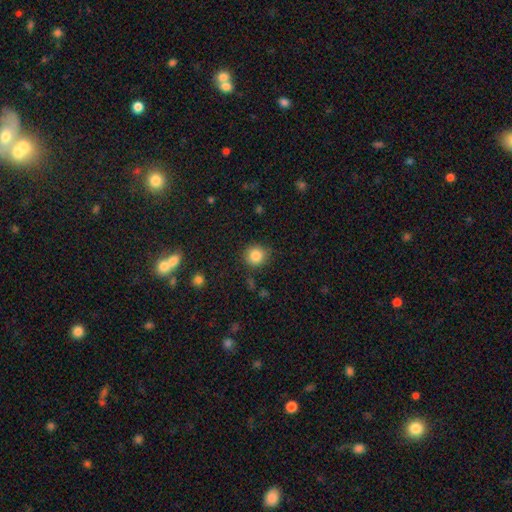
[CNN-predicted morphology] A smooth galaxy with no disk features (85%) that is round (90%).

Vote fractions:
- Smooth or featured? smooth: 85% / star or artifact: 10% / featured or disk: 5%
- How rounded? round: 90% / in between: 9% / cigar-shaped: 1%
- Merging? none: 83% / minor disturbance: 12% / major disturbance: 3% / merger: 2%